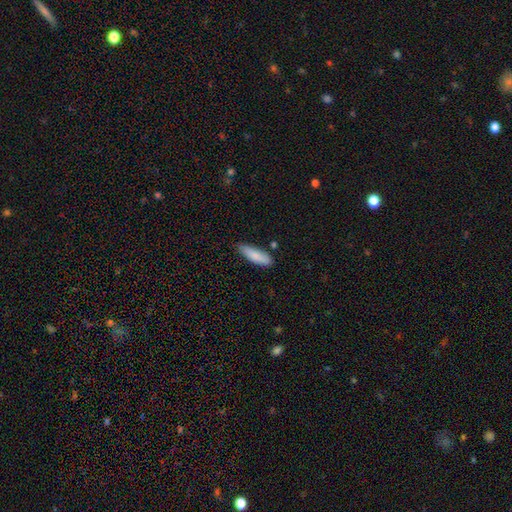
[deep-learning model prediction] A smooth galaxy with no disk features (85%) that is cigar-shaped (50%). Merging: none (74%).